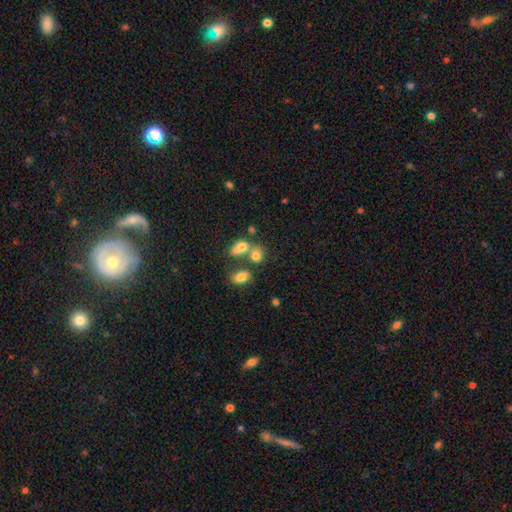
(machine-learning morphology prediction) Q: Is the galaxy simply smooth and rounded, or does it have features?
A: smooth — 77%.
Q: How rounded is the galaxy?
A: in between — 54%.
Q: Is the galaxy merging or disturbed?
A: merger — 43%.